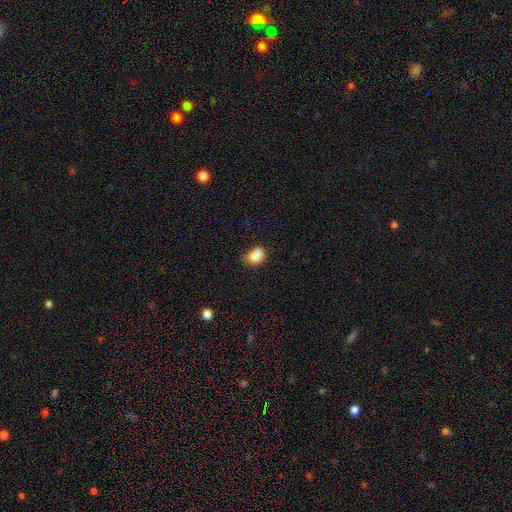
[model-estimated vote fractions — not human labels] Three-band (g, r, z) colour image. It shows a smooth galaxy with no disk features (79%) that is in between round and cigar-shaped (62%). Merging: none (37%).